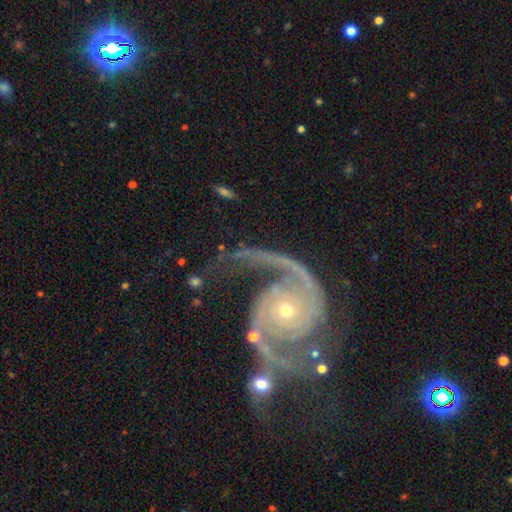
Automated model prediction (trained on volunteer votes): The model was most divided on "spiral winding": medium: 52%, tight: 25%, loose: 23%. More confident: spiral arms — yes (98%); edge-on disk — no (98%); smooth or featured — featured or disk (91%); spiral arm count — 2 (89%); bulge size — small (74%); bar — no (73%); merging — none (56%).